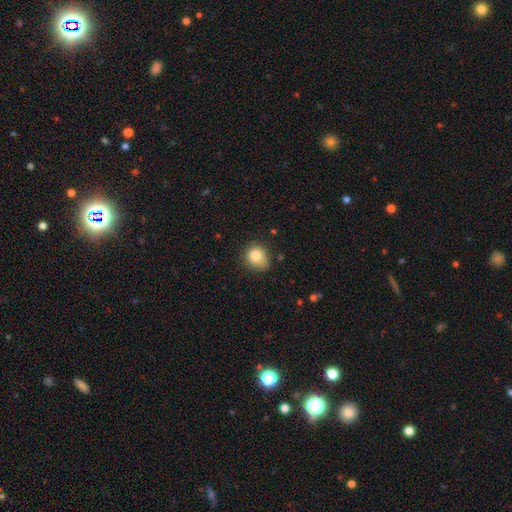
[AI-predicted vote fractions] Overall: smooth (81%). How rounded: round (76%). Merging: none (67%).